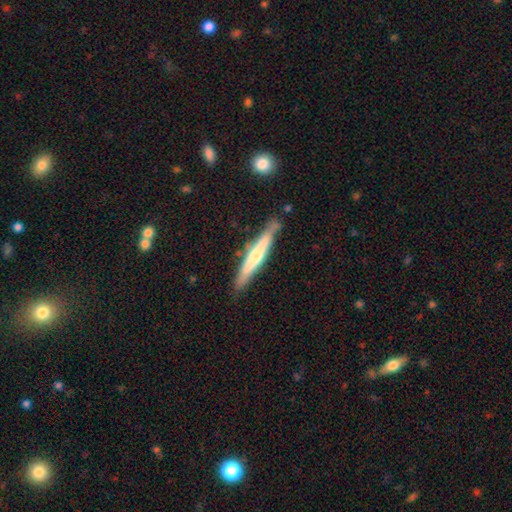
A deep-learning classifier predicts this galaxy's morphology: Smooth or featured? Predicted: featured or disk (p=0.49). Merging? Predicted: none (p=0.79).